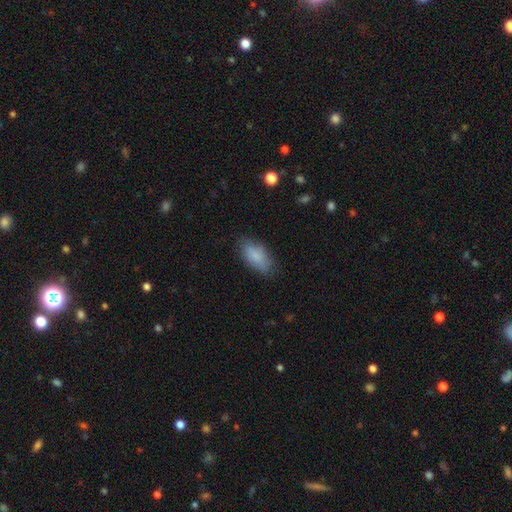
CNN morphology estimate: smooth-or-featured: smooth: 86% | featured or disk: 7% | star or artifact: 6%
  how-rounded: in between: 91% | cigar-shaped: 7% | round: 3%
  merging: none: 80% | minor disturbance: 15% | major disturbance: 4% | merger: 1%